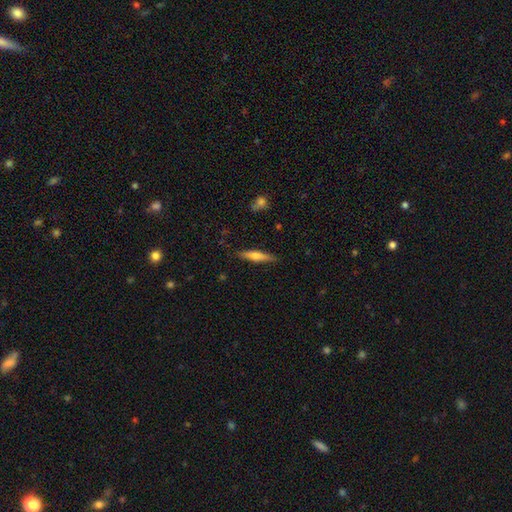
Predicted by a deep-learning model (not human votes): smooth_or_featured: smooth (p=0.51) [alt: featured or disk p=0.43]
how_rounded: cigar-shaped (p=0.84) [alt: in between p=0.14]
merging: none (p=0.88) [alt: minor disturbance p=0.09]